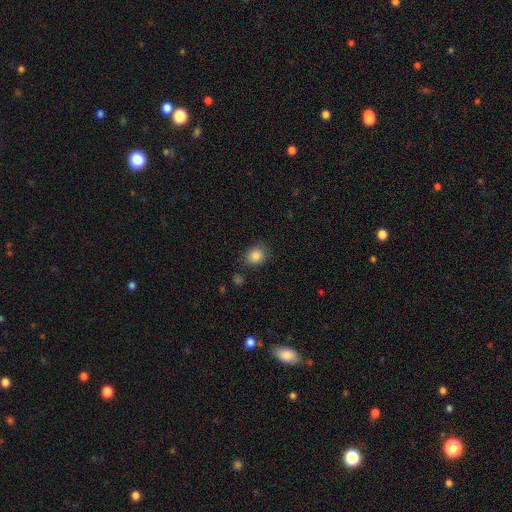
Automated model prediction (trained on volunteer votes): smooth-or-featured: smooth: 85% | star or artifact: 10% | featured or disk: 5%
  how-rounded: round: 66% | in between: 33% | cigar-shaped: 1%
  merging: none: 80% | minor disturbance: 14% | major disturbance: 4% | merger: 3%